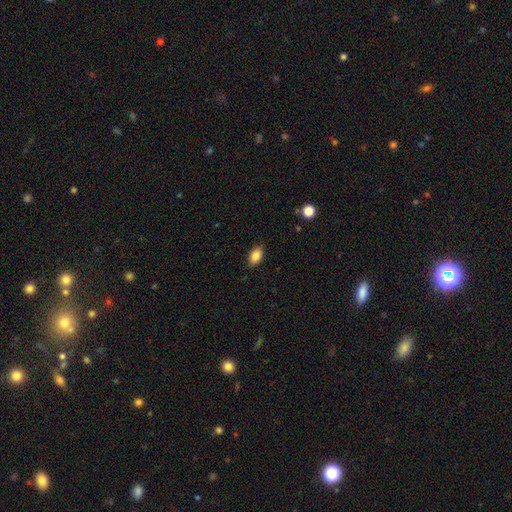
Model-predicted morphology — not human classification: Overall: smooth (87%). How rounded: in between (91%). Merging: none (86%).